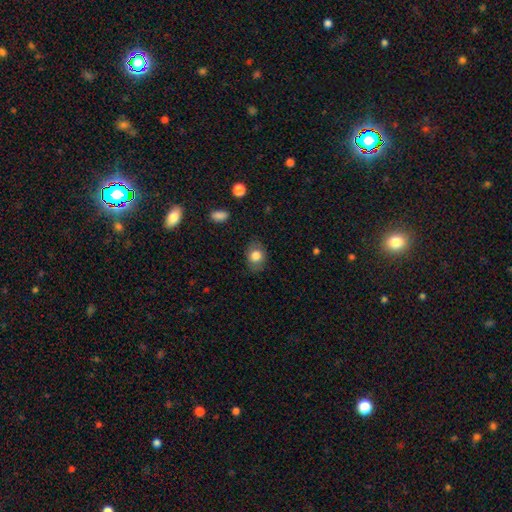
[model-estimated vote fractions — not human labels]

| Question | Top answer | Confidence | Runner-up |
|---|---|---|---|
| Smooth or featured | smooth | 80% | featured or disk (12%) |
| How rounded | in between | 57% | round (42%) |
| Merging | none | 80% | minor disturbance (14%) |